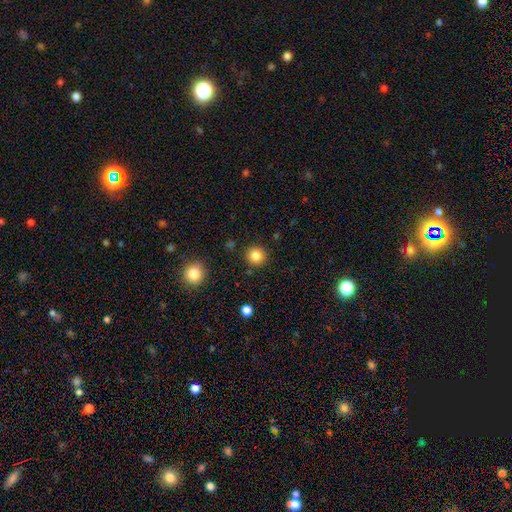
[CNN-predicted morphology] The model was most divided on "smooth or featured": smooth: 84%, star or artifact: 11%, featured or disk: 5%. More confident: how rounded — round (94%); merging — none (90%).